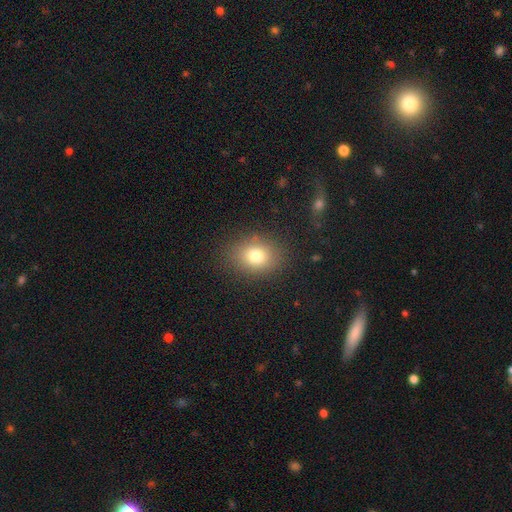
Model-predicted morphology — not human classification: smooth 77%, star or artifact 13%, featured or disk 10%. Down the decision tree: how rounded — round (51%); merging — none (85%).